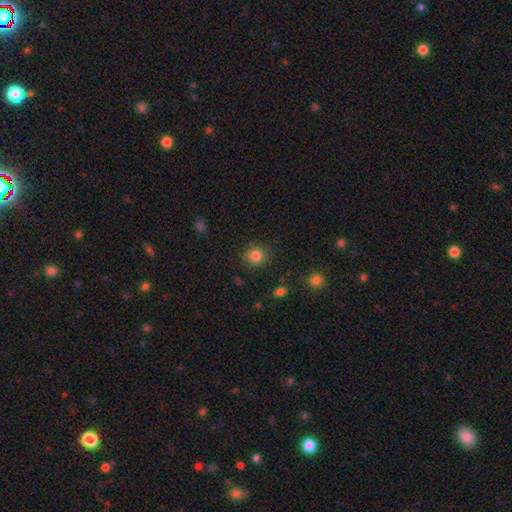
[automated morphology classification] Smooth or featured? smooth (84%)
How rounded? round (86%)
Merging? none (84%)